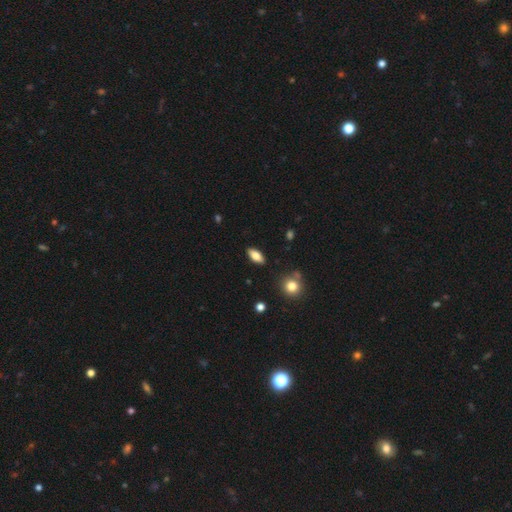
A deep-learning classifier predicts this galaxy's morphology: Smooth or featured?
  - smooth: 73% *
  - featured or disk: 20%
  - star or artifact: 7%
How rounded?
  - in between: 82% *
  - cigar-shaped: 14%
  - round: 3%
Merging?
  - none: 87% *
  - minor disturbance: 9%
  - major disturbance: 2%
  - merger: 2%